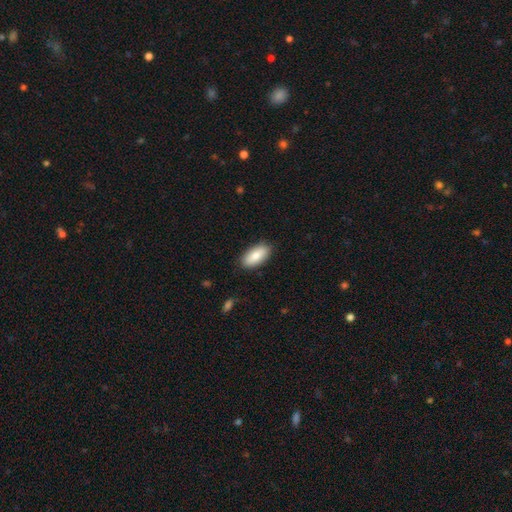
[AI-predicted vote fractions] This appears to be a smooth galaxy with no disk features (83%) that is in between round and cigar-shaped (90%). Merging: none (87%).